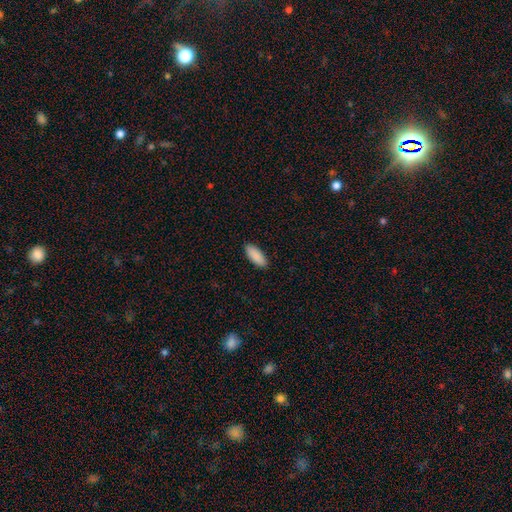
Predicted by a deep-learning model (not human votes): Smooth or featured? Predicted: smooth (p=0.91). How rounded? Predicted: in between (p=0.80). Merging? Predicted: none (p=0.89).